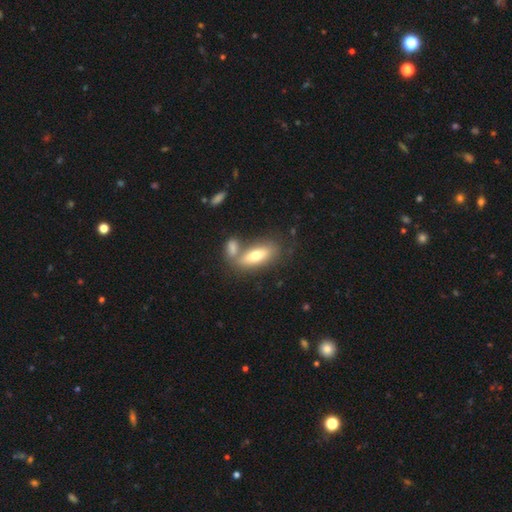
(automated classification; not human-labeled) The model was most divided on "merging": none: 49%, merger: 34%, minor disturbance: 12%, major disturbance: 5%. More confident: how rounded — in between (69%); smooth or featured — smooth (67%).